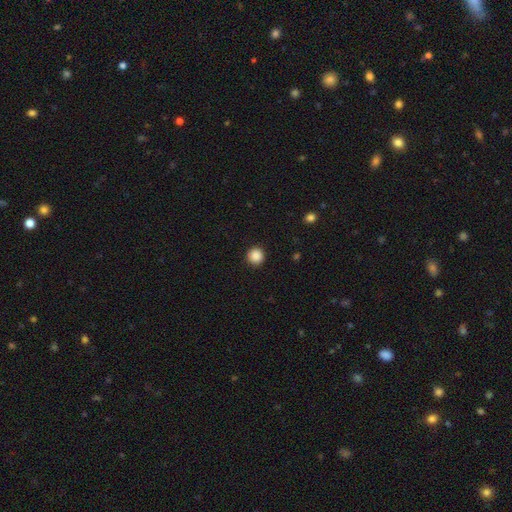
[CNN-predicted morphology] Q: Smooth or featured?
A: smooth (88%); runner-up: star or artifact (10%)
Q: How rounded?
A: round (94%); runner-up: in between (5%)
Q: Merging?
A: none (91%); runner-up: minor disturbance (6%)